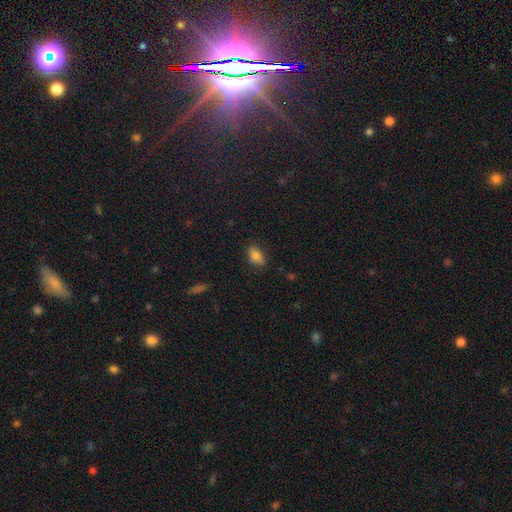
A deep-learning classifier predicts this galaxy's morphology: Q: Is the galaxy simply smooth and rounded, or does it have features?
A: smooth — 80%.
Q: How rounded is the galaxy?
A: in between — 87%.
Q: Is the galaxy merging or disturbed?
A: none — 79%.